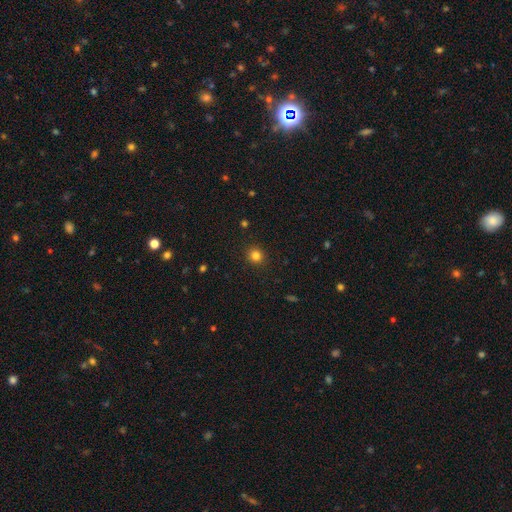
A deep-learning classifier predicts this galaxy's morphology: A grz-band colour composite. It shows a smooth galaxy with no disk features (82%) that is round (90%). Merging: none (91%).